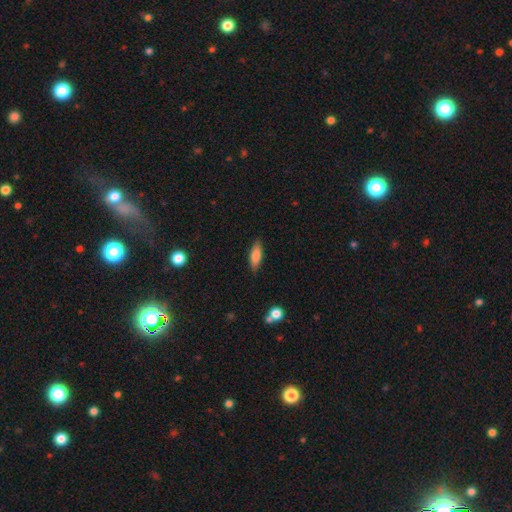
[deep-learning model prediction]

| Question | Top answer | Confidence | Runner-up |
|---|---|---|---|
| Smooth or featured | smooth | 81% | featured or disk (12%) |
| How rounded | in between | 57% | cigar-shaped (40%) |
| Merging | none | 86% | minor disturbance (11%) |